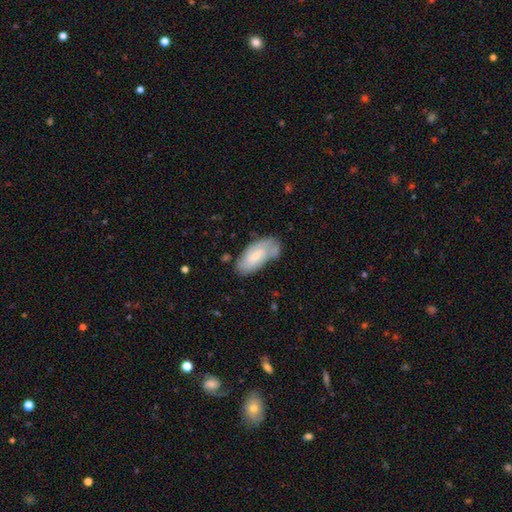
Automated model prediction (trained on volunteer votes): Morphology: type=smooth (50%); merging=none (59%).